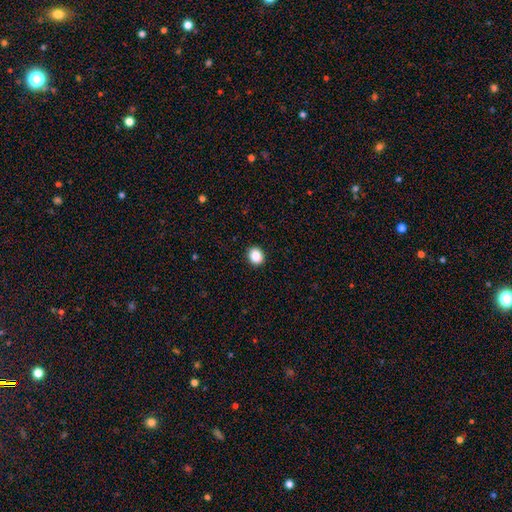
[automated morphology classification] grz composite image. It shows a smooth galaxy with no disk features (87%) that is round (68%). Merging: none (92%).